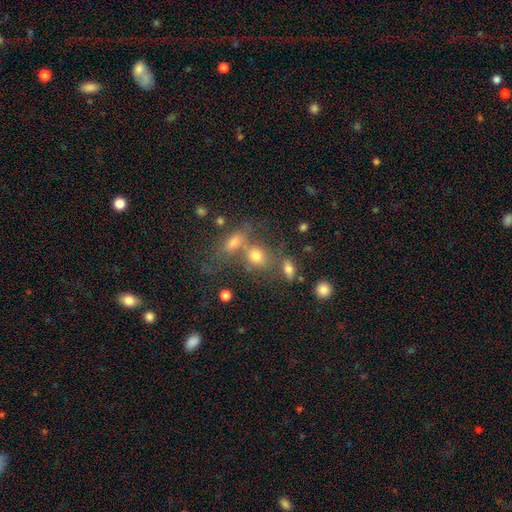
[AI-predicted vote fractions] This appears to be a smooth galaxy with no disk features (70%) that is round (50%). Merging: merger (43%).